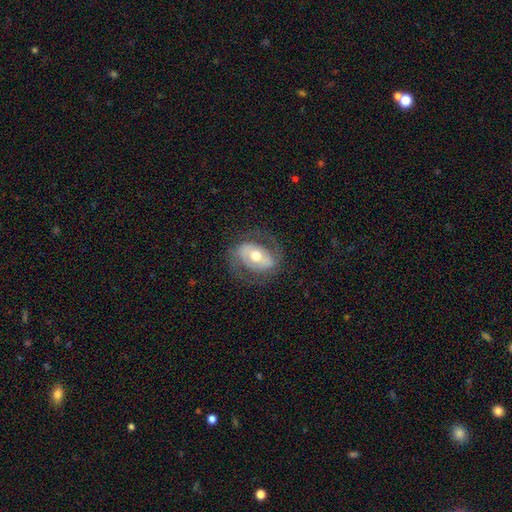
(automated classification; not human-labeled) Q: Smooth or featured?
A: featured or disk (69%); runner-up: smooth (25%)
Q: Edge-on disk?
A: no (95%); runner-up: yes (5%)
Q: Bar?
A: no (40%); runner-up: weak (32%)
Q: Spiral arms?
A: yes (66%); runner-up: no (34%)
Q: Bulge size?
A: moderate (73%); runner-up: small (13%)
Q: Merging?
A: none (72%); runner-up: minor disturbance (15%)